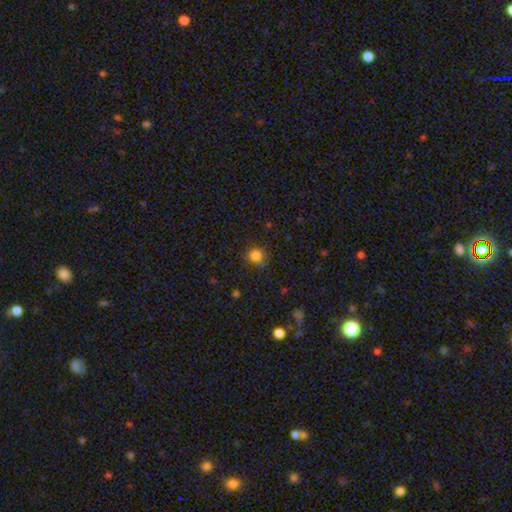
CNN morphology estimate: A smooth galaxy with no disk features (82%) that is round (86%). Merging: none (76%).